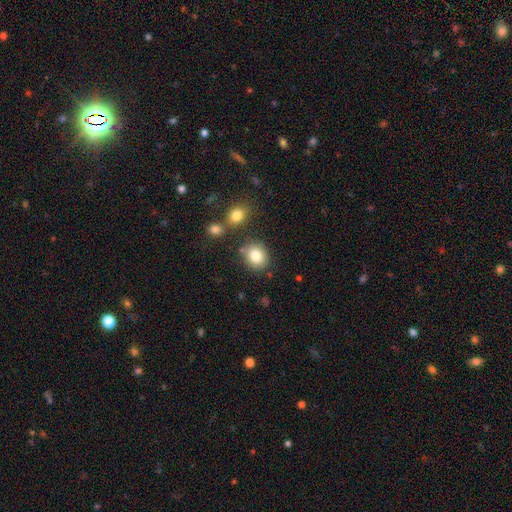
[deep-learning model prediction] smooth-or-featured: smooth: 82% | star or artifact: 10% | featured or disk: 8%
  how-rounded: round: 72% | in between: 28% | cigar-shaped: 1%
  merging: none: 78% | minor disturbance: 11% | merger: 8% | major disturbance: 3%